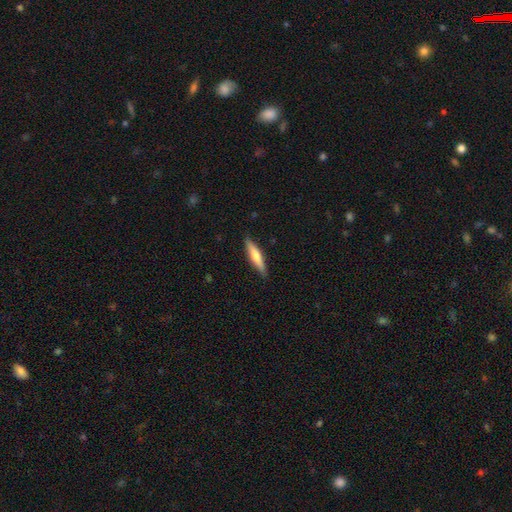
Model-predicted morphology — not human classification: The model was most divided on "smooth or featured": smooth: 57%, featured or disk: 37%, star or artifact: 5%. More confident: merging — none (88%); how rounded — cigar-shaped (84%).